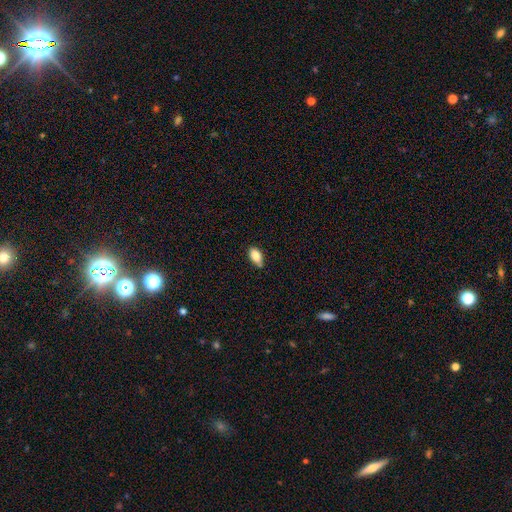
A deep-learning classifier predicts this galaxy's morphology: Smooth or featured?
  - smooth: 85% *
  - star or artifact: 8%
  - featured or disk: 7%
How rounded?
  - in between: 91% *
  - round: 5%
  - cigar-shaped: 4%
Merging?
  - none: 63% *
  - minor disturbance: 29%
  - major disturbance: 4%
  - merger: 3%